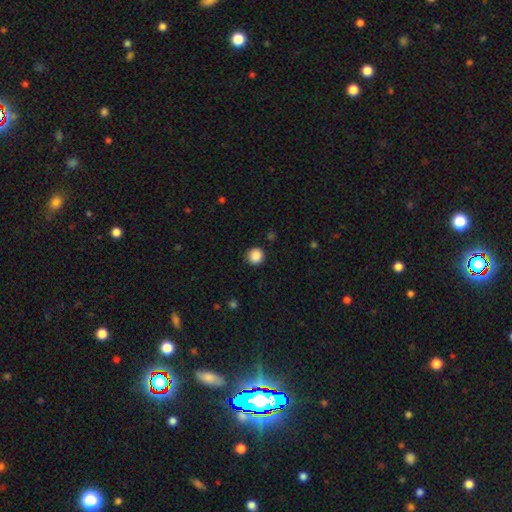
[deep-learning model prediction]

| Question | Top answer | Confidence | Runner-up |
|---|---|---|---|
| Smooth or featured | smooth | 88% | star or artifact (10%) |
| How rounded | round | 93% | in between (7%) |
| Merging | none | 90% | minor disturbance (7%) |